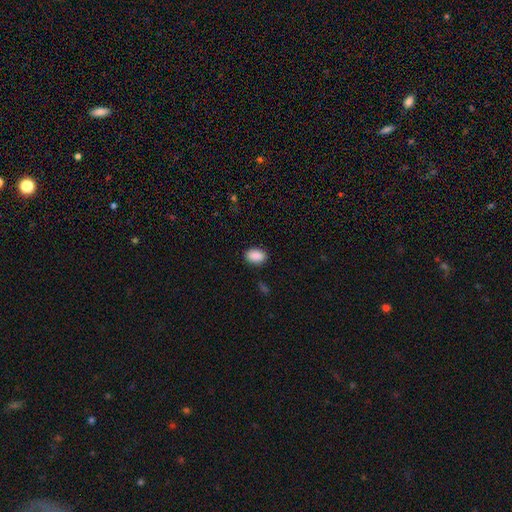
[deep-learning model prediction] Morphology: type=smooth (90%); roundness=in between (84%); merging=none (89%).